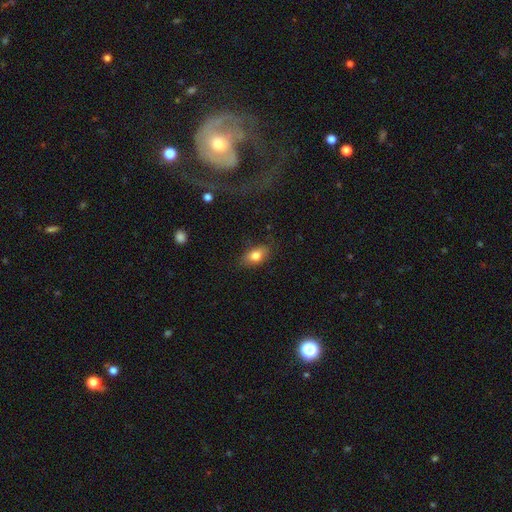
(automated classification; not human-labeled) smooth_or_featured: smooth (p=0.80) [alt: featured or disk p=0.12]
how_rounded: in between (p=0.86) [alt: round p=0.11]
merging: none (p=0.79) [alt: minor disturbance p=0.16]